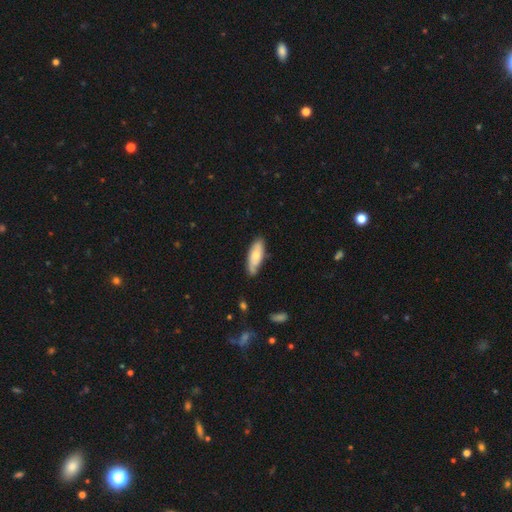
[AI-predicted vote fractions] This is possibly a smooth galaxy (59%). How rounded: likely in between (66%). Merging: likely none (75%).